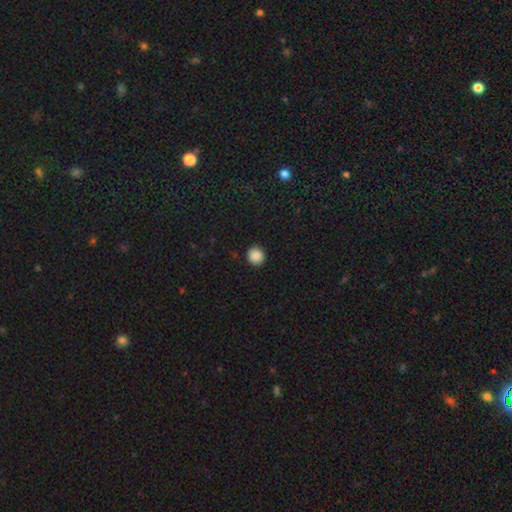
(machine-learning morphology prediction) Overall: smooth (88%). How rounded: round (92%). Merging: none (91%).